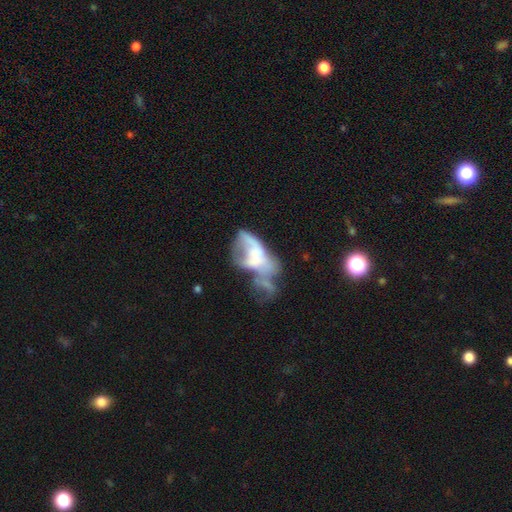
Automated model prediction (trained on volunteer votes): featured or disk 51%, smooth 37%, star or artifact 11%. Down the decision tree: edge-on disk — no (94%); merging — major disturbance (38%).